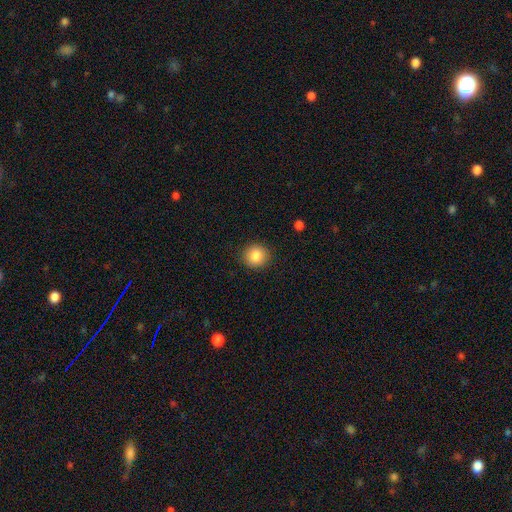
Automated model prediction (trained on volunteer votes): Smooth or featured? Predicted: smooth (p=0.86). How rounded? Predicted: round (p=0.90). Merging? Predicted: none (p=0.90).